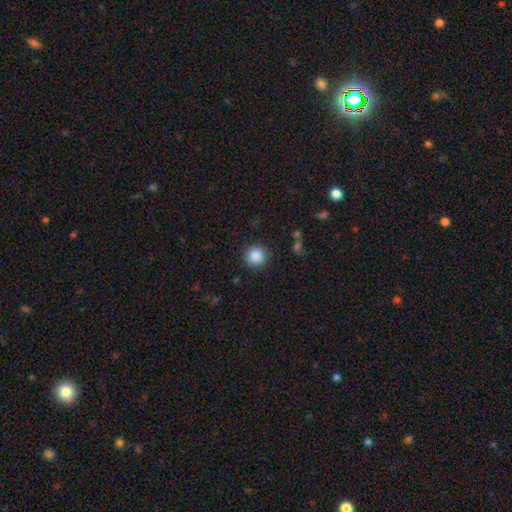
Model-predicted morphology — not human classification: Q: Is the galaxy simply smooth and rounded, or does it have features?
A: smooth — 87%.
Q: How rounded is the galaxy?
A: round — 94%.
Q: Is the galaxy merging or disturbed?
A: none — 89%.